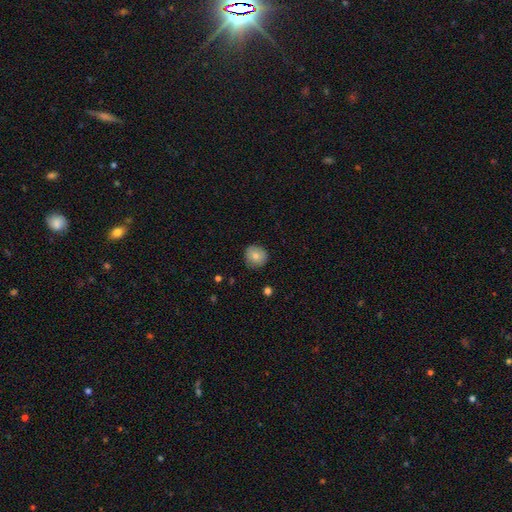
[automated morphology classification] Smooth or featured: smooth — 78% (featured or disk — 13%)
How rounded: round — 89% (in between — 10%)
Merging: none — 83% (minor disturbance — 13%)